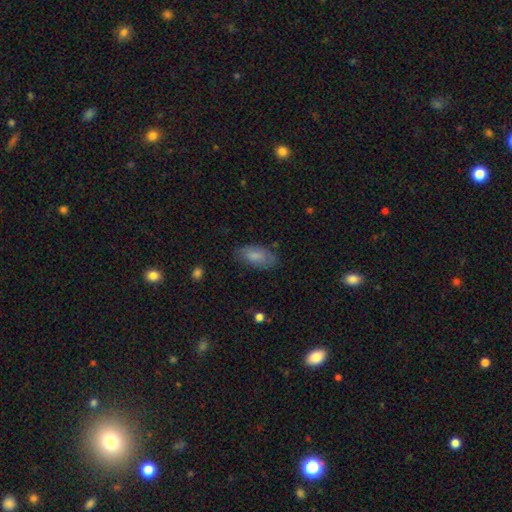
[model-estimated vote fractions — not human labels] Morphology: type=smooth (78%); roundness=in between (91%); merging=none (76%).